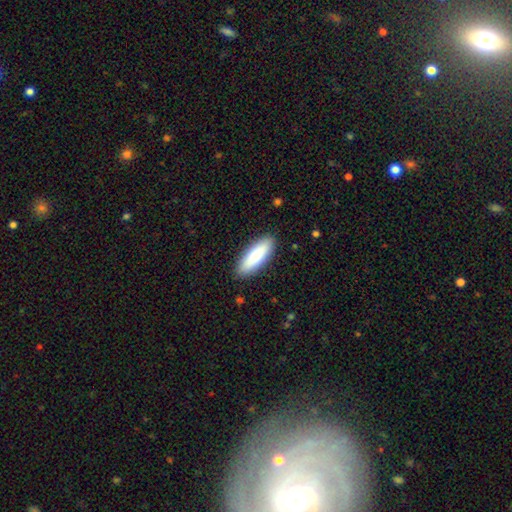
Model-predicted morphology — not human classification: A smooth galaxy with no disk features (80%) that is in between round and cigar-shaped (59%).

Vote fractions:
- Smooth or featured? smooth: 80% / featured or disk: 14% / star or artifact: 5%
- How rounded? in between: 59% / cigar-shaped: 40% / round: 2%
- Merging? none: 88% / minor disturbance: 9% / major disturbance: 2% / merger: 1%